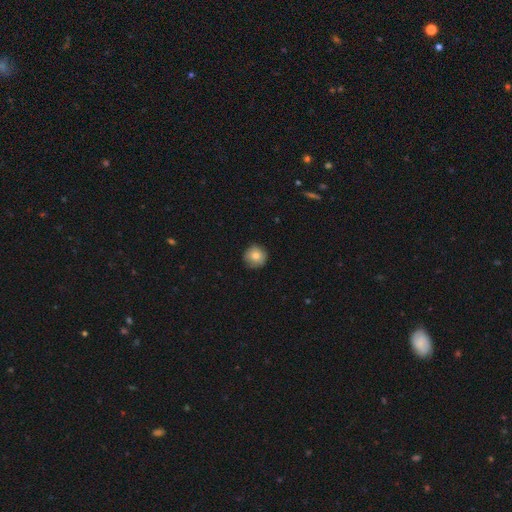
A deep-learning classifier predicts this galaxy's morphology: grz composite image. It shows a smooth galaxy with no disk features (81%) that is round (94%). Merging: none (84%).